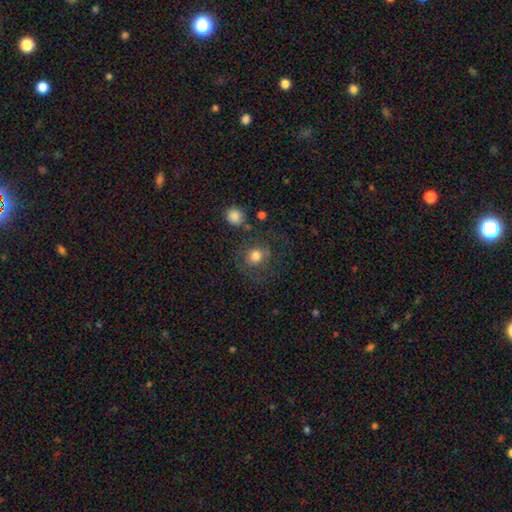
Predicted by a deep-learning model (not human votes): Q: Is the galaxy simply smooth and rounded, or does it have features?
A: smooth — 71%.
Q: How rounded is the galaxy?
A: round — 81%.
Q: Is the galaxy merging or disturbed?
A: none — 62%.